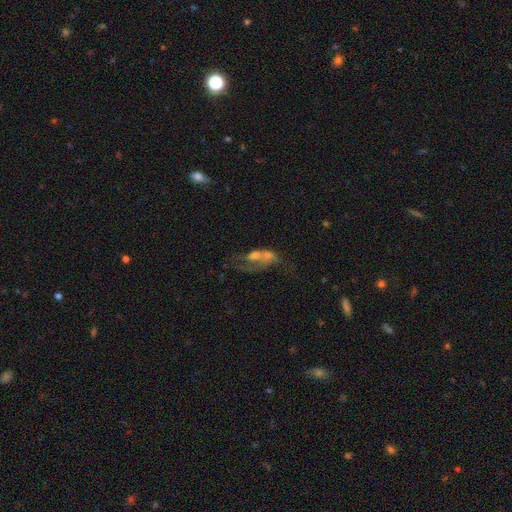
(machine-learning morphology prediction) Smooth or featured: featured or disk — 53% (smooth — 34%)
Edge-on disk: no — 92% (yes — 8%)
Merging: merger — 57% (major disturbance — 21%)